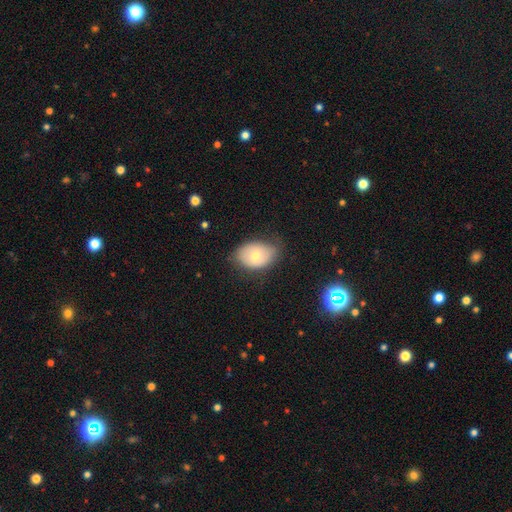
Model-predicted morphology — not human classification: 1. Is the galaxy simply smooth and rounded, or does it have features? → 66% smooth, 26% featured or disk, 8% star or artifact.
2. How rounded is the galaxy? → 81% in between, 18% round, 1% cigar-shaped.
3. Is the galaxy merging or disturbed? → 67% none, 26% minor disturbance, 6% major disturbance, 1% merger.